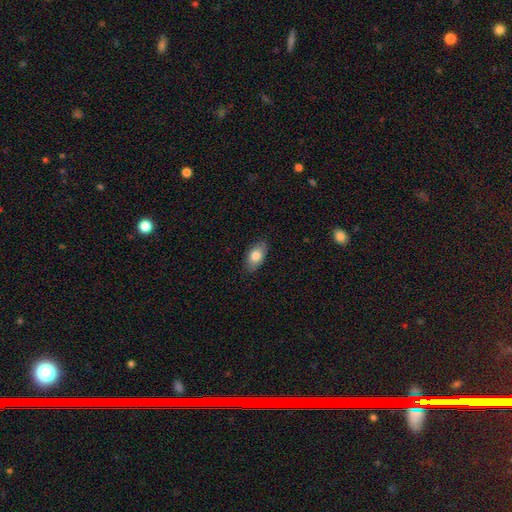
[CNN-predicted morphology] Smooth or featured?
  - smooth: 80% *
  - featured or disk: 13%
  - star or artifact: 7%
How rounded?
  - in between: 92% *
  - round: 6%
  - cigar-shaped: 3%
Merging?
  - none: 84% *
  - minor disturbance: 13%
  - major disturbance: 2%
  - merger: 1%